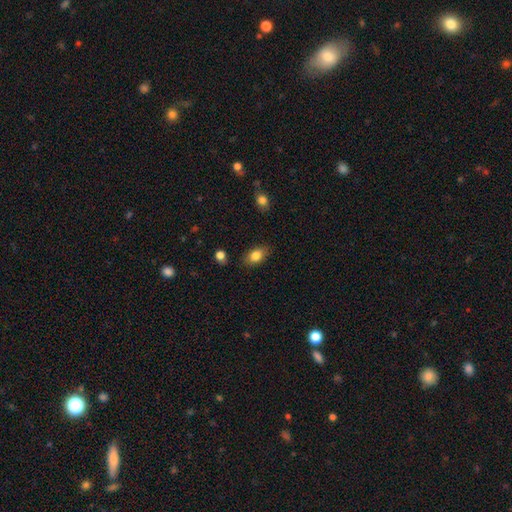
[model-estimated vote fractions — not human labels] Smooth or featured?
  - smooth: 83% *
  - featured or disk: 9%
  - star or artifact: 8%
How rounded?
  - in between: 87% *
  - round: 11%
  - cigar-shaped: 2%
Merging?
  - none: 82% *
  - minor disturbance: 13%
  - major disturbance: 3%
  - merger: 2%